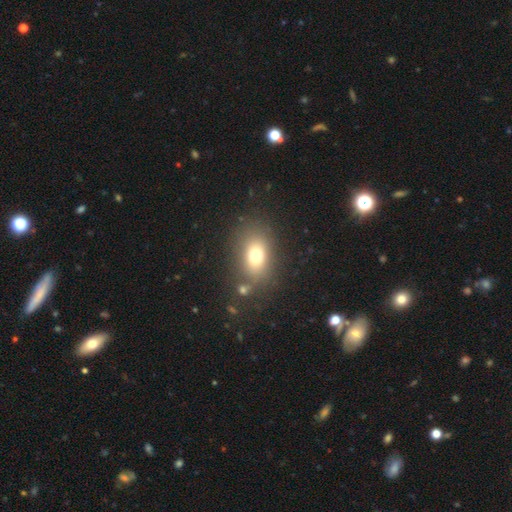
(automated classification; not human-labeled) This appears to be a smooth galaxy with no disk features (73%) that is in between round and cigar-shaped (72%). Merging: none (73%).